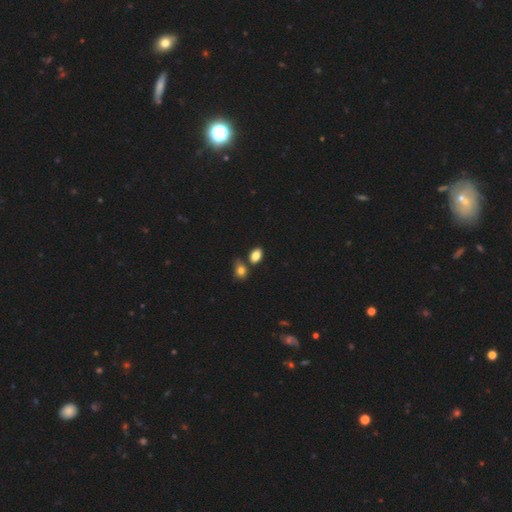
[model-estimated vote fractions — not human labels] A smooth galaxy with no disk features (83%) that is in between round and cigar-shaped (83%). Merging: none (63%).